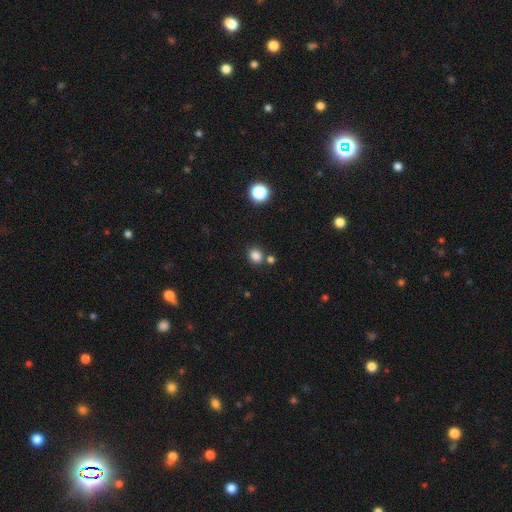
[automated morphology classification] Smooth or featured? smooth (82%)
How rounded? round (69%)
Merging? none (74%)